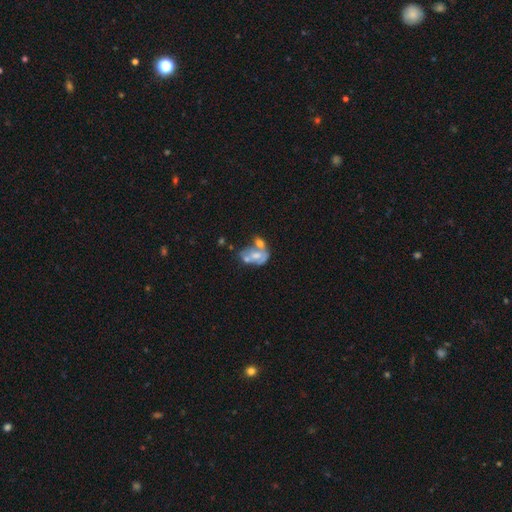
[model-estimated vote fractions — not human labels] This appears to be a featured or disk galaxy (50%). Merging: merger (56%).